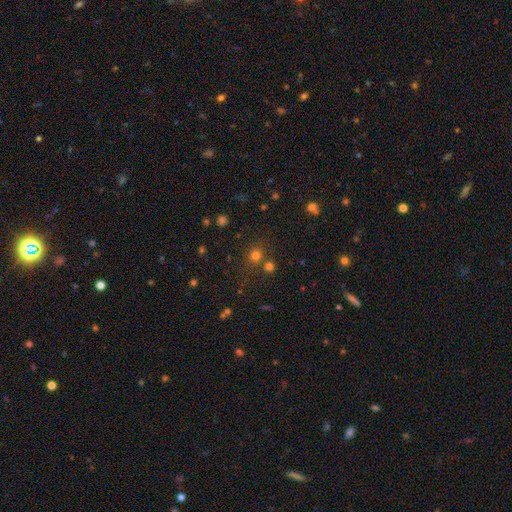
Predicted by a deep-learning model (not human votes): Overall: smooth (71%). How rounded: round (88%). Merging: none (71%).